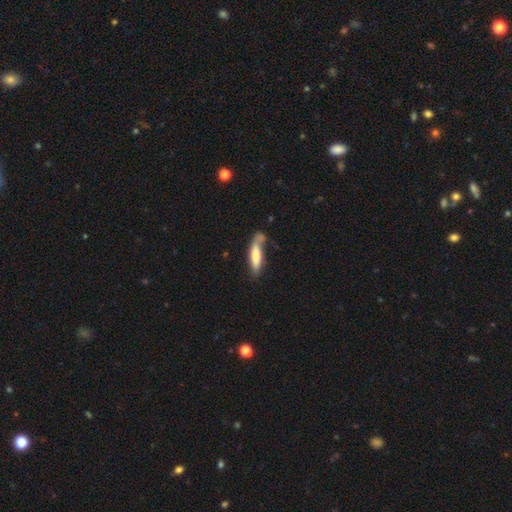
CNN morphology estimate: A smooth galaxy with no disk features (70%) that is cigar-shaped (70%).

Vote fractions:
- Smooth or featured? smooth: 70% / featured or disk: 24% / star or artifact: 6%
- How rounded? cigar-shaped: 70% / in between: 28% / round: 2%
- Merging? none: 47% / minor disturbance: 27% / major disturbance: 14% / merger: 13%